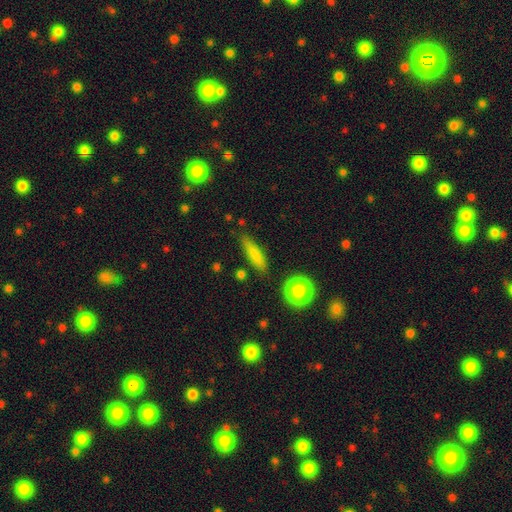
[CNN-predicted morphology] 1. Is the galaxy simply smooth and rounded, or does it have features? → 78% smooth, 13% featured or disk, 9% star or artifact.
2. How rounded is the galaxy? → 72% cigar-shaped, 24% in between, 4% round.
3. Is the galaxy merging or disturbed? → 81% none, 13% minor disturbance, 3% major disturbance, 3% merger.